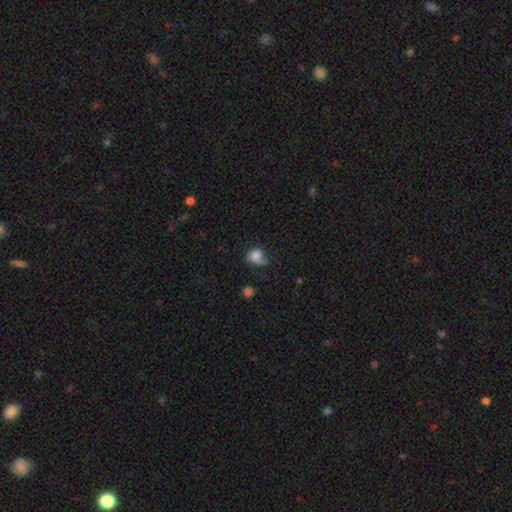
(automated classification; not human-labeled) This is likely a smooth galaxy (69%). How rounded: possibly round (57%). Merging: marginally none (36%).